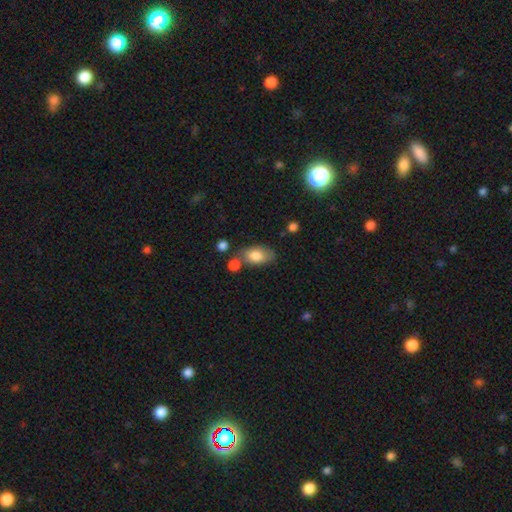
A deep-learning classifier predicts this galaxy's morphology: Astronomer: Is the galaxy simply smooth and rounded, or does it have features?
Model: smooth — 79%.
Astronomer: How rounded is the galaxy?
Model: in between — 91%.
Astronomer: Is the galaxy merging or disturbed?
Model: none — 55%.